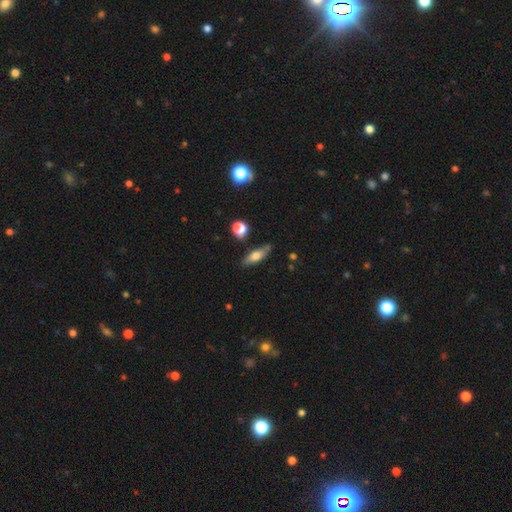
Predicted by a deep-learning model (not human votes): This appears to be a smooth galaxy with no disk features (60%) that is in between round and cigar-shaped (54%). Merging: none (76%).